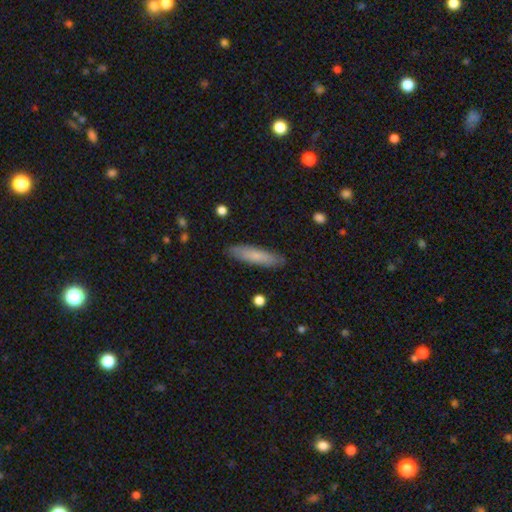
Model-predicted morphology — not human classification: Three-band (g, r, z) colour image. It shows a smooth galaxy with no disk features (73%) that is cigar-shaped (78%). Merging: none (88%).